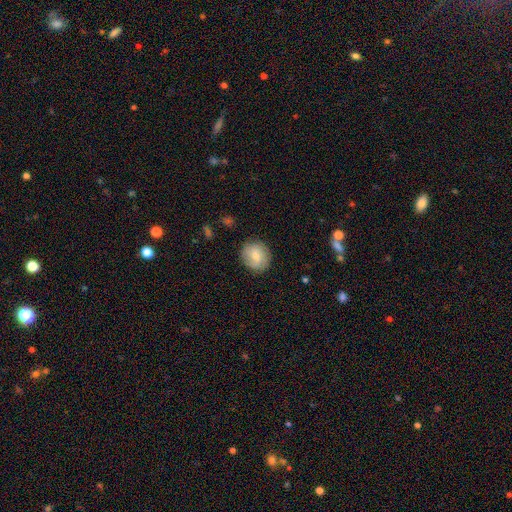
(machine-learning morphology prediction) This appears to be a smooth galaxy with no disk features (53%) that is round (86%). Merging: none (82%).